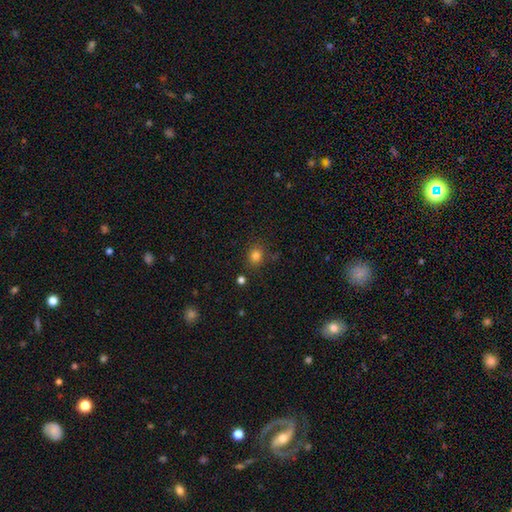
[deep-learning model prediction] smooth 81%, star or artifact 14%, featured or disk 5%. Down the decision tree: how rounded — round (71%); merging — none (82%).